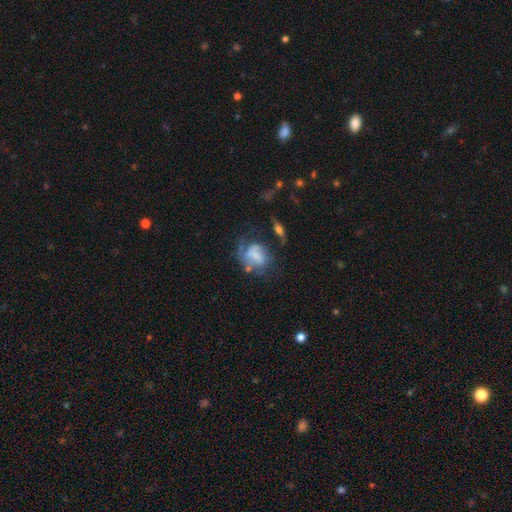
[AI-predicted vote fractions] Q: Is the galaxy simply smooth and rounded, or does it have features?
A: smooth — 45%, tied with featured or disk.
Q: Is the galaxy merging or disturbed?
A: major disturbance — 33%, tied with none.